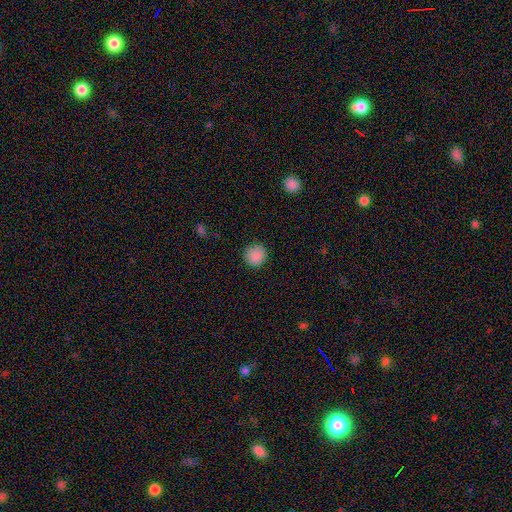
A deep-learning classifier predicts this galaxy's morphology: A smooth galaxy with no disk features (88%) that is round (93%). Merging: none (88%).